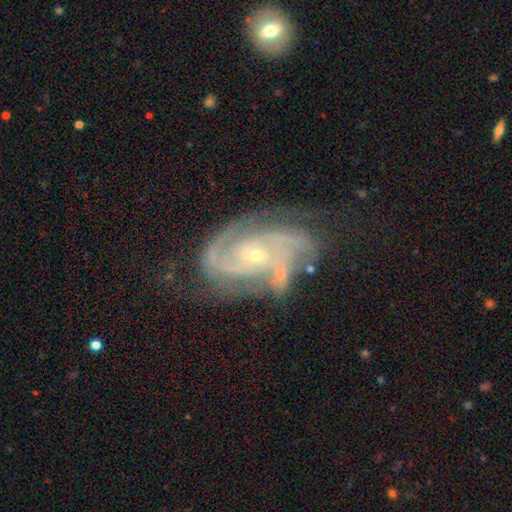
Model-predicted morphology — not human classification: smooth-or-featured: featured or disk: 90% | star or artifact: 6% | smooth: 5%
  disk-edge-on: no: 97% | yes: 3%
    bar: no: 59% | weak: 31% | strong: 10%
    has-spiral-arms: yes: 97% | no: 3%
      spiral-winding: tight: 53% | medium: 39% | loose: 8%
      spiral-arm-count: 2: 36% | 3: 31% | can't tell: 15% | 4: 9% | more than 4: 5% | 1: 5%
    bulge-size: small: 73% | moderate: 24% | none: 1% | large: 1% | dominant: 1%
  merging: none: 55% | minor disturbance: 23% | major disturbance: 13% | merger: 10%